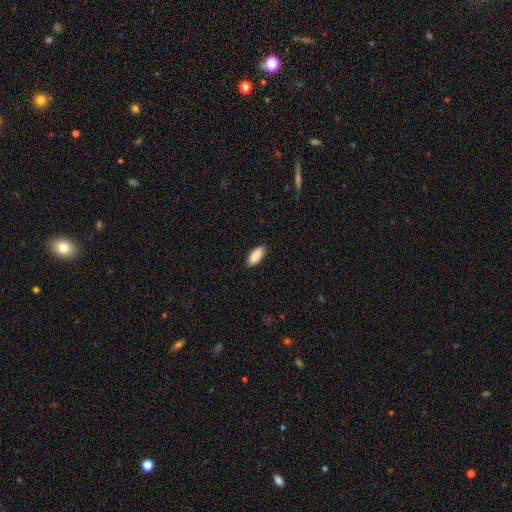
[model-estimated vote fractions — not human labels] A smooth galaxy with no disk features (90%) that is in between round and cigar-shaped (78%).

Vote fractions:
- Smooth or featured? smooth: 90% / star or artifact: 6% / featured or disk: 4%
- How rounded? in between: 78% / cigar-shaped: 20% / round: 2%
- Merging? none: 90% / minor disturbance: 7% / major disturbance: 2% / merger: 1%